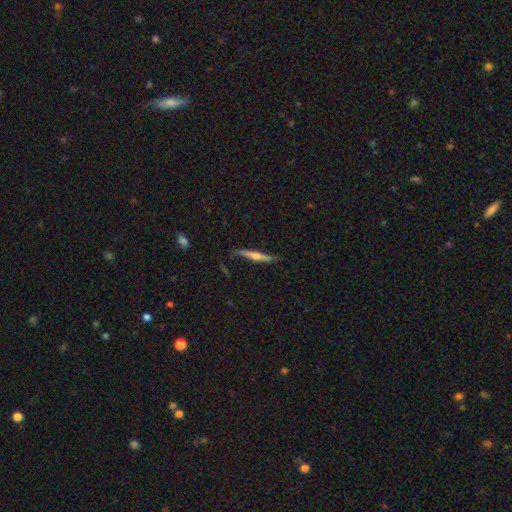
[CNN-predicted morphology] This is possibly a featured or disk galaxy (56%). It is clearly viewed edge-on (94%). Edge-on bulge: likely rounded (76%). Merging: likely none (75%).